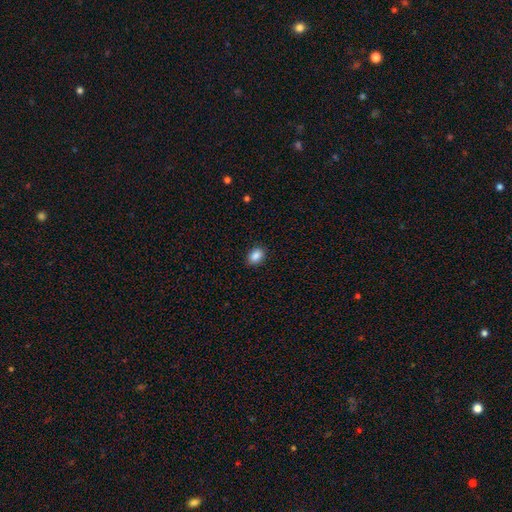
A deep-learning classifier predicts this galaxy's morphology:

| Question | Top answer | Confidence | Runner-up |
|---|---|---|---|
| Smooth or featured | smooth | 87% | star or artifact (9%) |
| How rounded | in between | 73% | round (26%) |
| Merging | none | 89% | minor disturbance (8%) |